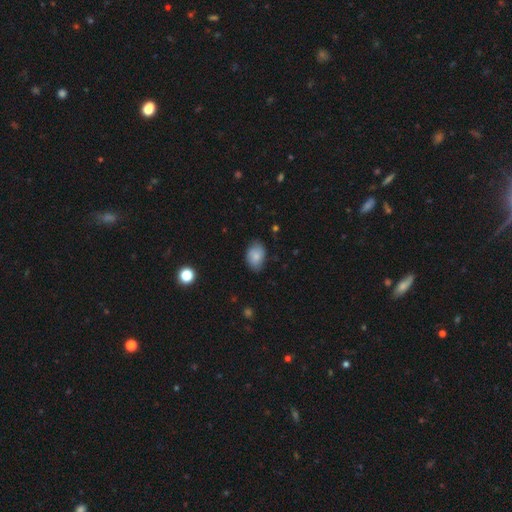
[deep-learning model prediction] A smooth galaxy with no disk features (83%) that is in between round and cigar-shaped (83%).

Vote fractions:
- Smooth or featured? smooth: 83% / featured or disk: 10% / star or artifact: 8%
- How rounded? in between: 83% / round: 16% / cigar-shaped: 1%
- Merging? none: 76% / minor disturbance: 20% / major disturbance: 3% / merger: 1%